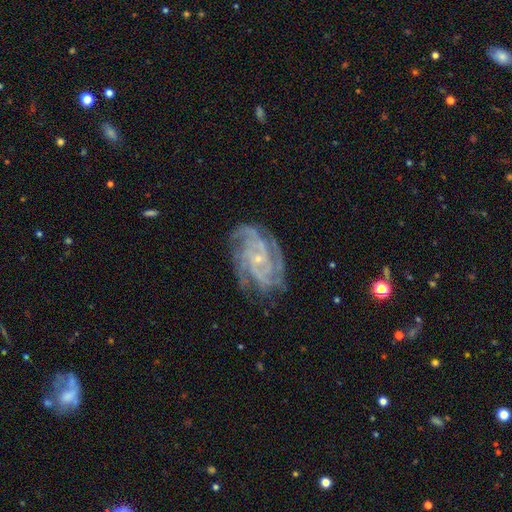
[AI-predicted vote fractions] smooth_or_featured: featured or disk (p=0.82) [alt: star or artifact p=0.11]
disk_edge_on: no (p=0.97) [alt: yes p=0.03]
bar: no (p=0.61) [alt: weak p=0.29]
has_spiral_arms: yes (p=0.98) [alt: no p=0.02]
spiral_winding: tight (p=0.66) [alt: medium p=0.29]
spiral_arm_count: 4 (p=0.29) [alt: 3 p=0.21]
bulge_size: small (p=0.75) [alt: moderate p=0.19]
merging: none (p=0.78) [alt: minor disturbance p=0.15]